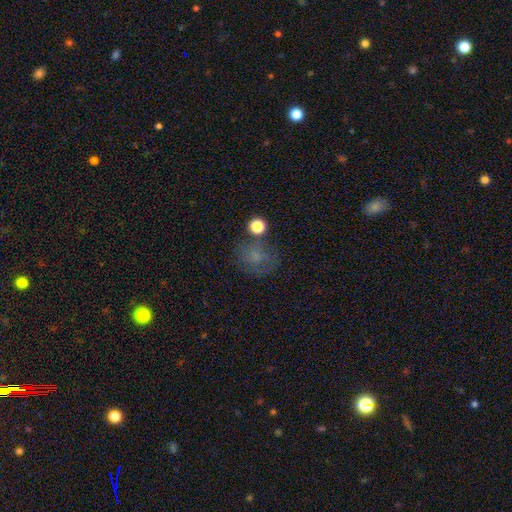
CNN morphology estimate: smooth_or_featured: smooth (p=0.56) [alt: featured or disk p=0.26]
how_rounded: round (p=0.66) [alt: in between p=0.33]
merging: none (p=0.55) [alt: minor disturbance p=0.20]